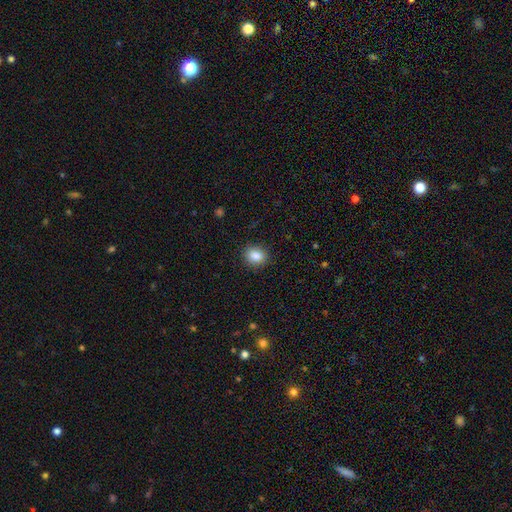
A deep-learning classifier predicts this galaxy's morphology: smooth 85%, star or artifact 10%, featured or disk 6%. Down the decision tree: how rounded — round (66%); merging — none (89%).